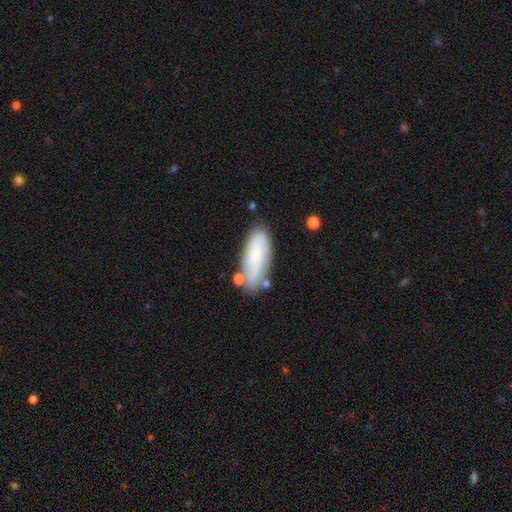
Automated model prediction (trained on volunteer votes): Smooth or featured: smooth — 65% (featured or disk — 27%)
How rounded: in between — 71% (cigar-shaped — 27%)
Merging: none — 68% (minor disturbance — 19%)